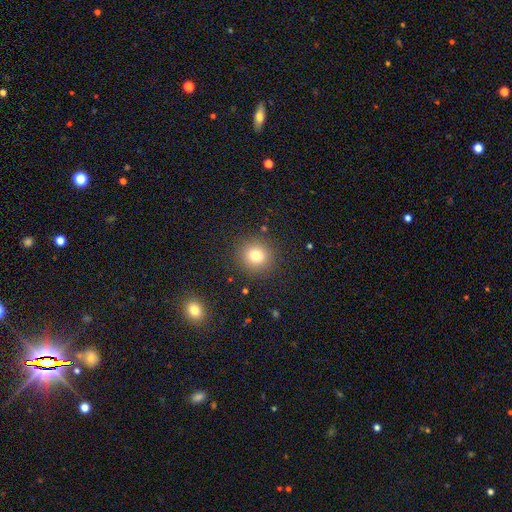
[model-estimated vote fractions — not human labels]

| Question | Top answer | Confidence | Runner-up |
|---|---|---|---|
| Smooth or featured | smooth | 78% | star or artifact (13%) |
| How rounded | round | 89% | in between (10%) |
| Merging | none | 88% | minor disturbance (7%) |